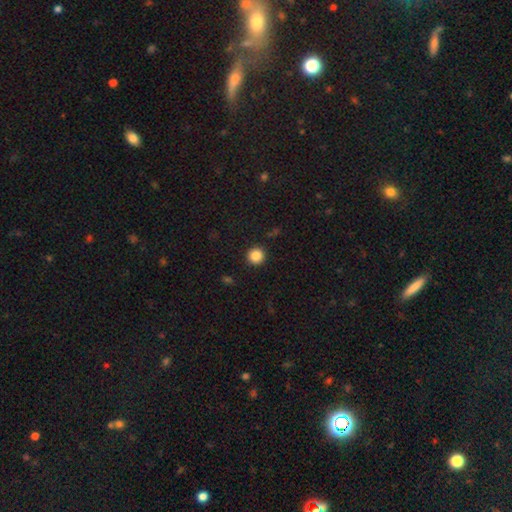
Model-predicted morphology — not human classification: This is clearly a smooth galaxy (86%). How rounded: clearly round (95%). Merging: clearly none (92%).